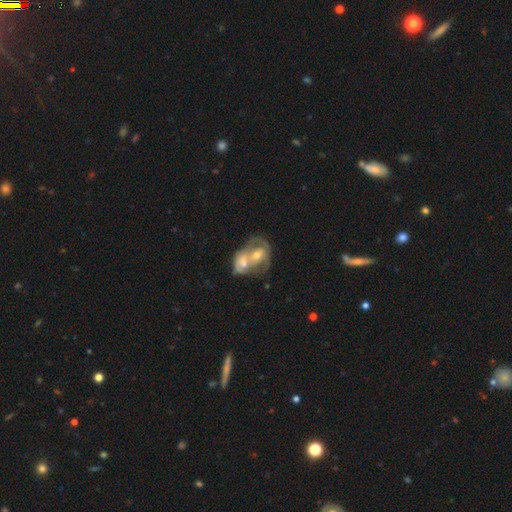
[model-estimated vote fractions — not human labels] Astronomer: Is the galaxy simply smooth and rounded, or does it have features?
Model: featured or disk — 63%.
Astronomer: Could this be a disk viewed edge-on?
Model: no — 95%.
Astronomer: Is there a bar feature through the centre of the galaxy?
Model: no — 65%.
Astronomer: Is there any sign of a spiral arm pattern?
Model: yes — 53% (runner-up: no, 47%).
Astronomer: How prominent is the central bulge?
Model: moderate — 63%.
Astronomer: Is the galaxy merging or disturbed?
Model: merger — 76%.